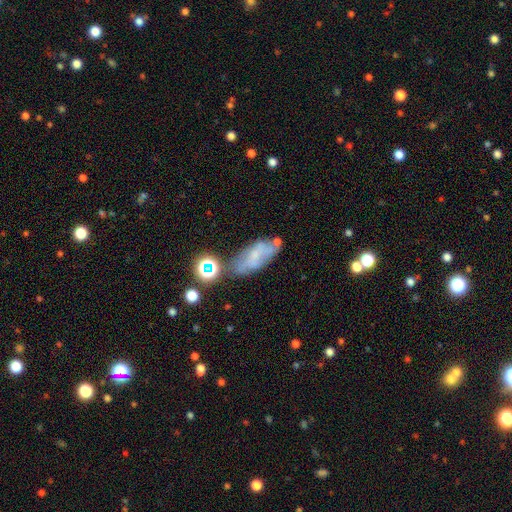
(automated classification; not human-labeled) smooth-or-featured: smooth: 43% (tied) | featured or disk: 43% (tied) | star or artifact: 14%
  merging: none: 50% | minor disturbance: 25% | merger: 13% | major disturbance: 13%